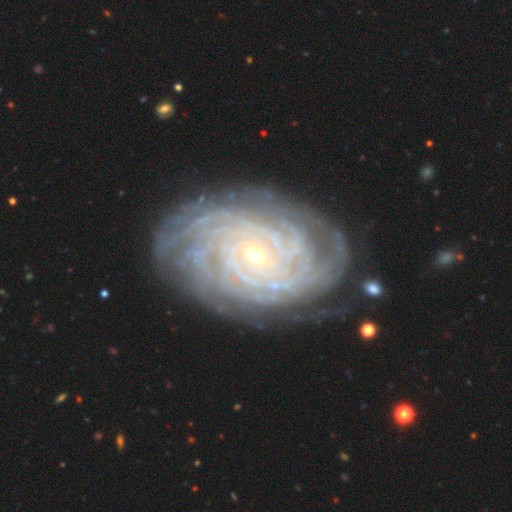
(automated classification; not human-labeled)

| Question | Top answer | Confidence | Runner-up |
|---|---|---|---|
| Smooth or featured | featured or disk | 92% | star or artifact (4%) |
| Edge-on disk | no | 97% | yes (3%) |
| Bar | no | 73% | weak (19%) |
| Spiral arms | yes | 98% | no (2%) |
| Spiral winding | tight | 88% | medium (10%) |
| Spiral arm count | more than 4 | 35% | can't tell (20%) |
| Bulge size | small | 78% | moderate (19%) |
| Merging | none | 82% | minor disturbance (12%) |